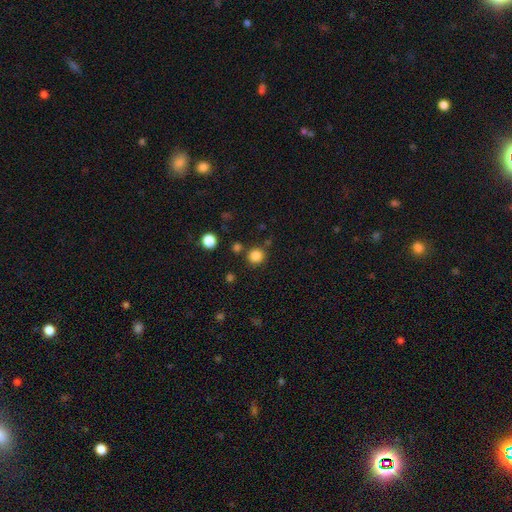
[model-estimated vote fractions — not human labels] The model was most divided on "smooth or featured": smooth: 84%, star or artifact: 12%, featured or disk: 3%. More confident: how rounded — round (93%); merging — none (84%).